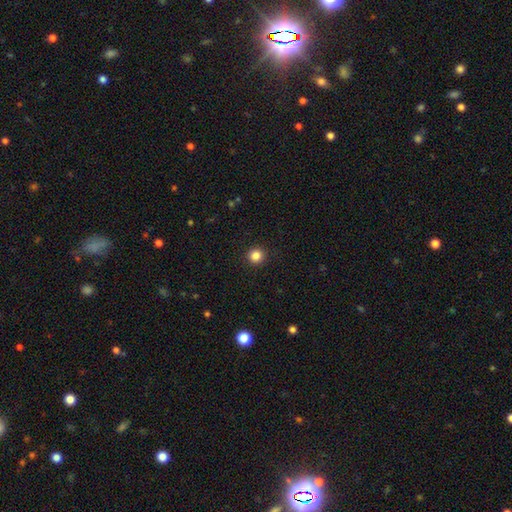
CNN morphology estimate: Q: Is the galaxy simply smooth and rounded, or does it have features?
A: smooth — 84%.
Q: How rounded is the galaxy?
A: round — 95%.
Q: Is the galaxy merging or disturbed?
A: none — 93%.